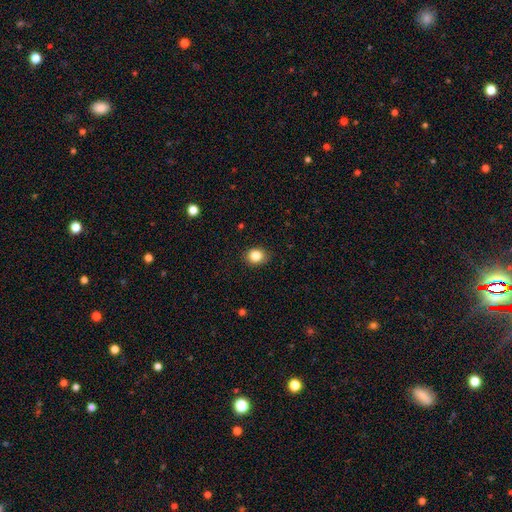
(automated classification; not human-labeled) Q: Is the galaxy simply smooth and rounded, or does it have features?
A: smooth — 85%.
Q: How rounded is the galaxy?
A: round — 65%.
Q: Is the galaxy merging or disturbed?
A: none — 87%.